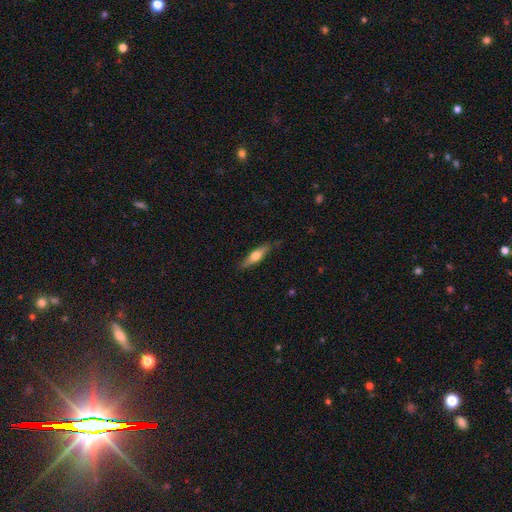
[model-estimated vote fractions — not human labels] Q: Smooth or featured?
A: smooth (47%); tied with: featured or disk (47%)
Q: Merging?
A: none (82%); runner-up: minor disturbance (14%)